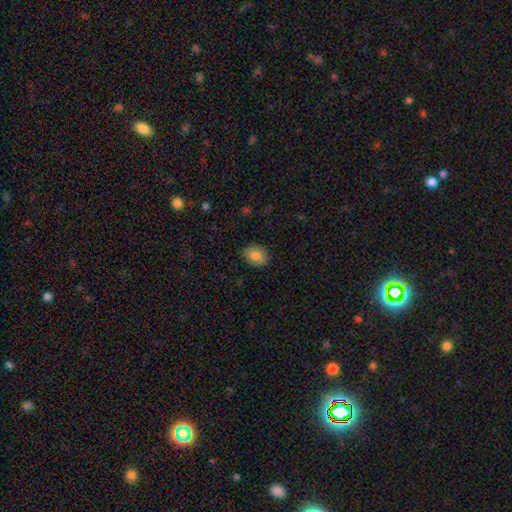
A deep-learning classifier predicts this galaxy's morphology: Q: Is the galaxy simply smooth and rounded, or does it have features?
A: smooth — 81%.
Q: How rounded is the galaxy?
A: in between — 72%.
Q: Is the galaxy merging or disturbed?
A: none — 87%.